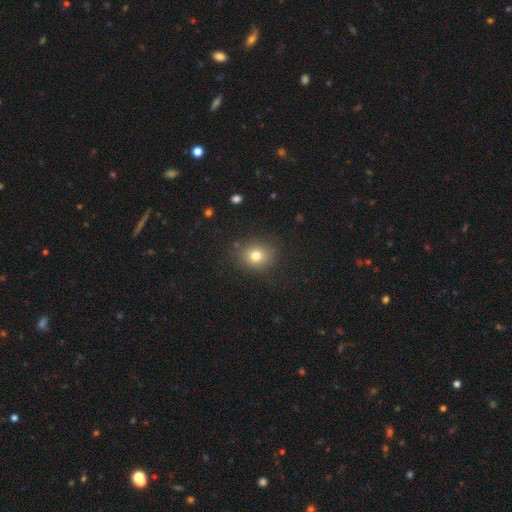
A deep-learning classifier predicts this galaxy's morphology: The model was most divided on "how rounded": round: 72%, in between: 27%, cigar-shaped: 1%. More confident: merging — none (85%); smooth or featured — smooth (77%).